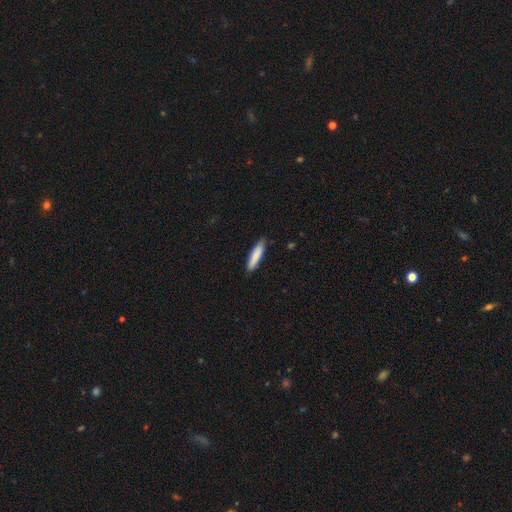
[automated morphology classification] A smooth galaxy with no disk features (84%) that is cigar-shaped (82%). Merging: none (86%).